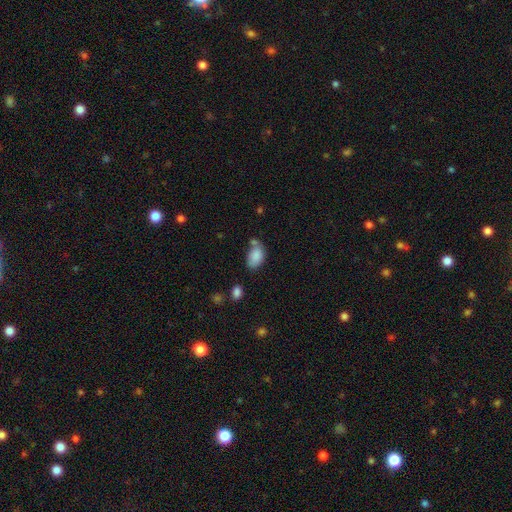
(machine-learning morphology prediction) Overall: smooth (85%). How rounded: in between (90%). Merging: none (50%; minor disturbance 22%).